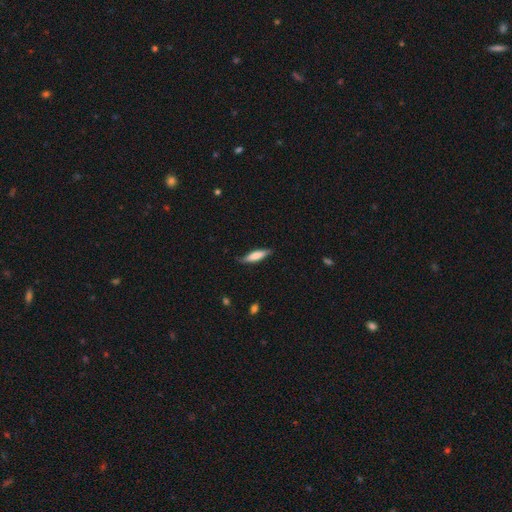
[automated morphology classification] Overall: smooth (71%). How rounded: cigar-shaped (64%; in between 34%). Merging: none (80%).